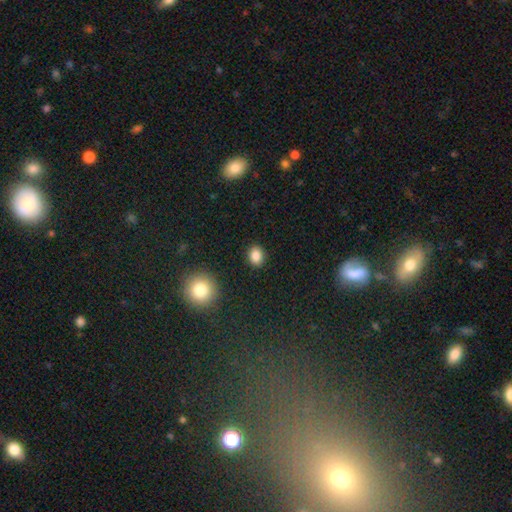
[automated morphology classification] The model was most divided on "how rounded": in between: 51%, round: 48%, cigar-shaped: 1%. More confident: merging — none (89%); smooth or featured — smooth (85%).